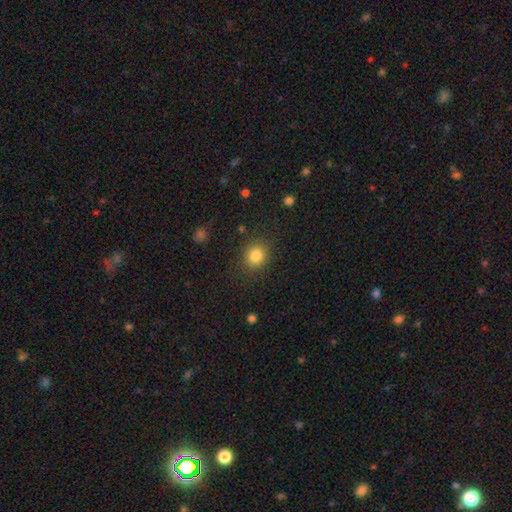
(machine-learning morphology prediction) type=smooth (85%); roundness=round (81%); merging=none (86%).